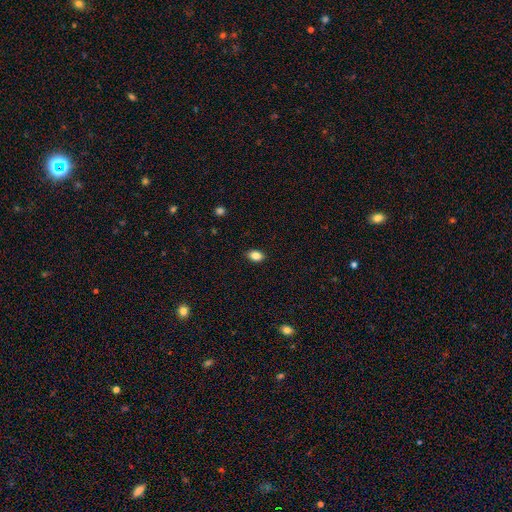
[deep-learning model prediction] This appears to be a smooth galaxy with no disk features (85%) that is in between round and cigar-shaped (81%). Merging: none (88%).